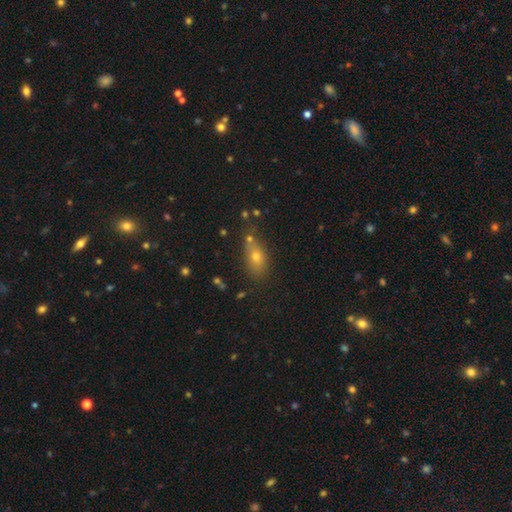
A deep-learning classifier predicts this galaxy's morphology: Smooth or featured?
  - smooth: 63% *
  - star or artifact: 22%
  - featured or disk: 15%
How rounded?
  - in between: 69% *
  - round: 20%
  - cigar-shaped: 10%
Merging?
  - none: 63% *
  - minor disturbance: 17%
  - merger: 14%
  - major disturbance: 6%